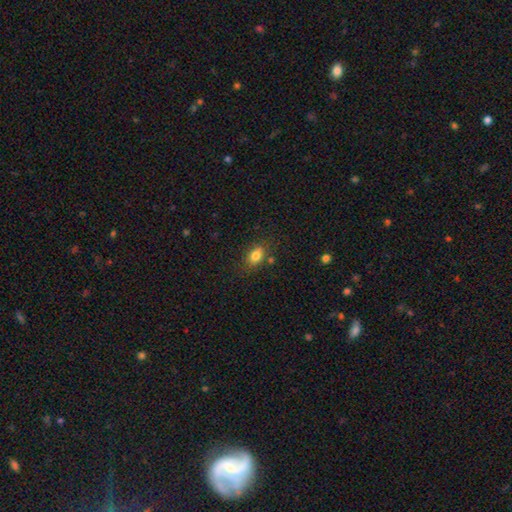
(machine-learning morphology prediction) This is clearly a smooth galaxy (80%). How rounded: clearly in between (80%). Merging: likely none (72%).